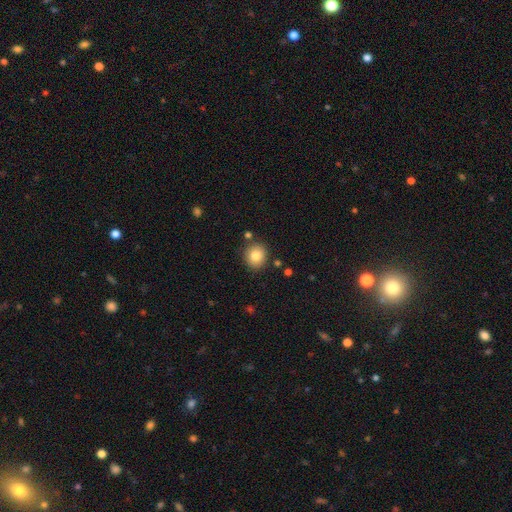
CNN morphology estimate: smooth 82%, star or artifact 10%, featured or disk 8%. Down the decision tree: how rounded — round (84%); merging — none (85%).